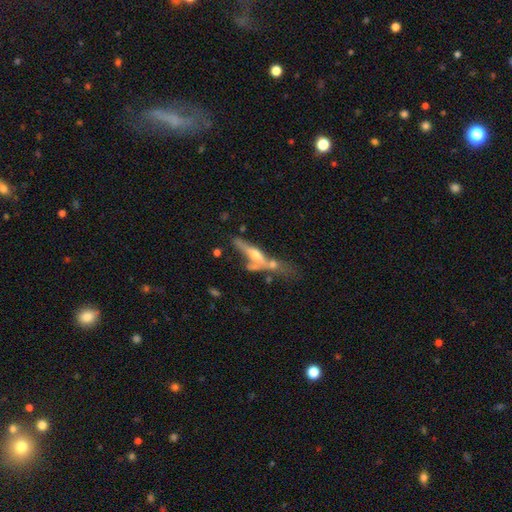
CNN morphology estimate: smooth_or_featured: featured or disk (p=0.65) [alt: smooth p=0.26]
disk_edge_on: yes (p=0.78) [alt: no p=0.22]
edge_on_bulge: rounded (p=0.82) [alt: boxy p=0.10]
merging: merger (p=0.36) [alt: none p=0.28]